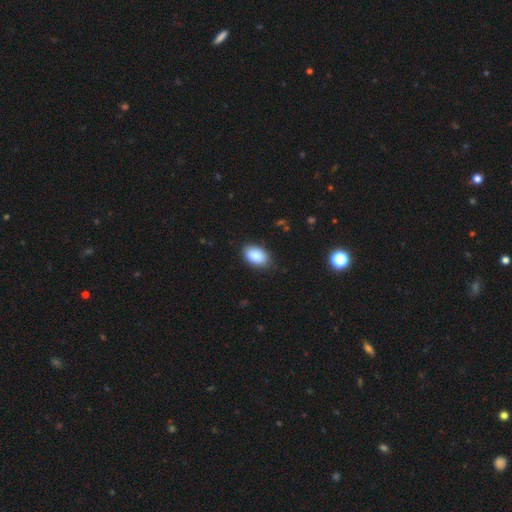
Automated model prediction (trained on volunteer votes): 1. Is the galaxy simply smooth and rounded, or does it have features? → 88% smooth, 7% star or artifact, 5% featured or disk.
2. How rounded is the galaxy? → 92% in between, 7% round, 1% cigar-shaped.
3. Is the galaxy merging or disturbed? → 85% none, 12% minor disturbance, 2% major disturbance, 1% merger.